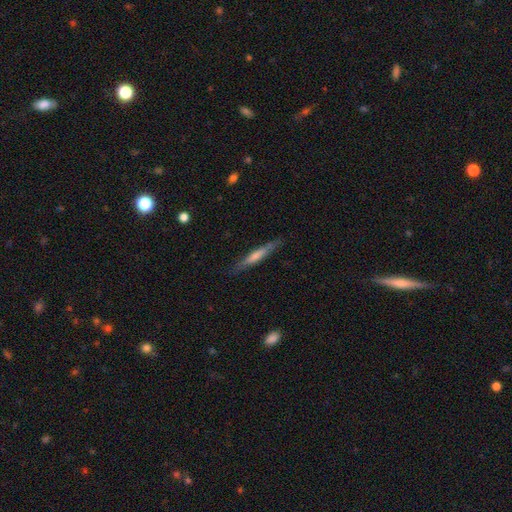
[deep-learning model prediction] Smooth or featured: featured or disk — 49% (smooth — 45%)
Merging: none — 86% (minor disturbance — 10%)